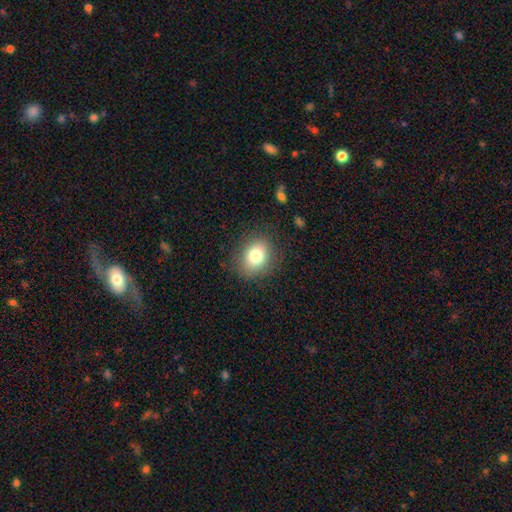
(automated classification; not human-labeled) This appears to be a smooth galaxy with no disk features (79%) that is round (55%). Merging: none (84%).